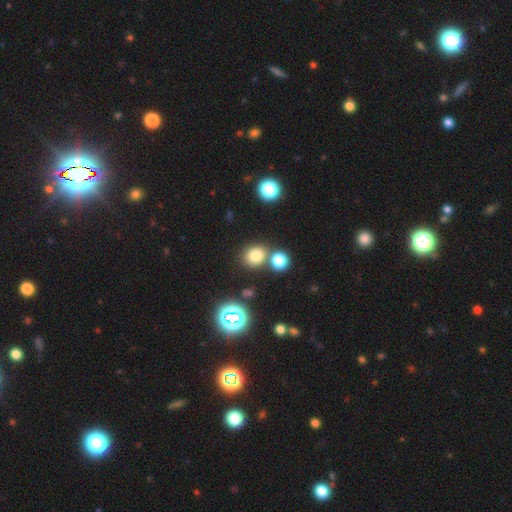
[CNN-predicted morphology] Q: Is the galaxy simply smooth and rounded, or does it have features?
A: smooth — 75%.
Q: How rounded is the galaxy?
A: round — 76%.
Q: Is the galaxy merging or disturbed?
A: none — 64%.